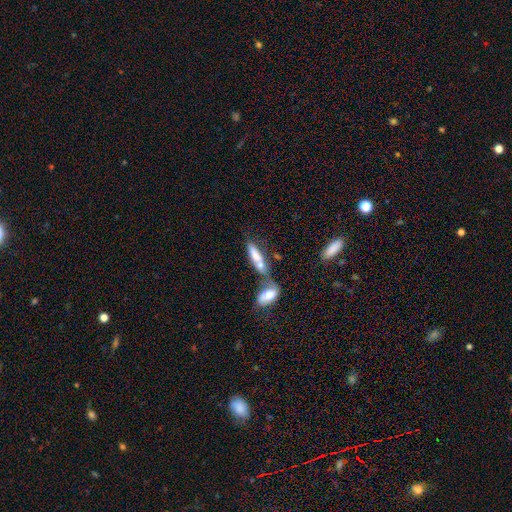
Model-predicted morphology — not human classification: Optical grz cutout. It shows a smooth galaxy with no disk features (67%) that is in between round and cigar-shaped (49%). Merging: merger (57%).